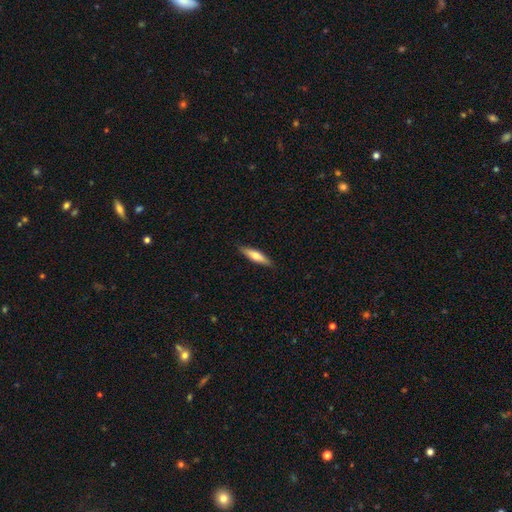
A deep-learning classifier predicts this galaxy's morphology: Q: Smooth or featured?
A: smooth (60%); runner-up: featured or disk (35%)
Q: How rounded?
A: cigar-shaped (77%); runner-up: in between (21%)
Q: Merging?
A: none (88%); runner-up: minor disturbance (9%)